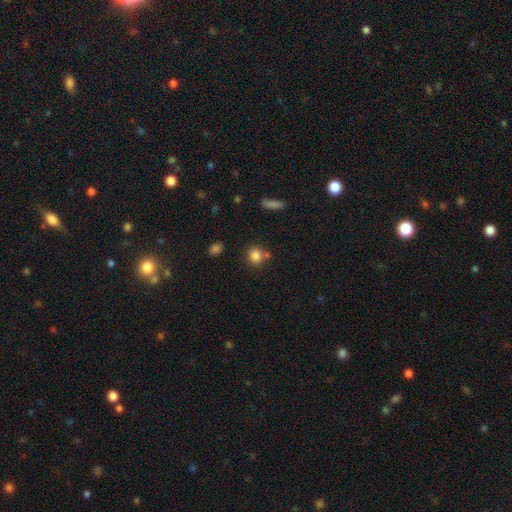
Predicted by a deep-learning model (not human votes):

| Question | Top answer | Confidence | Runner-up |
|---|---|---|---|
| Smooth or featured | smooth | 84% | star or artifact (11%) |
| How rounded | round | 82% | in between (17%) |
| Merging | none | 70% | merger (16%) |